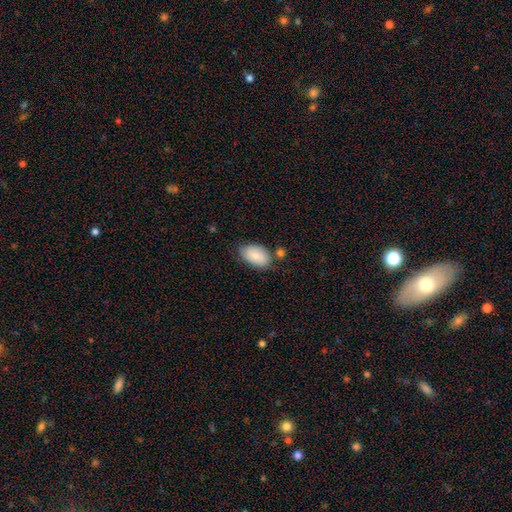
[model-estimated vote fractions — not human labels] Q: Smooth or featured?
A: smooth (84%); runner-up: featured or disk (10%)
Q: How rounded?
A: in between (94%); runner-up: round (5%)
Q: Merging?
A: none (70%); runner-up: minor disturbance (18%)